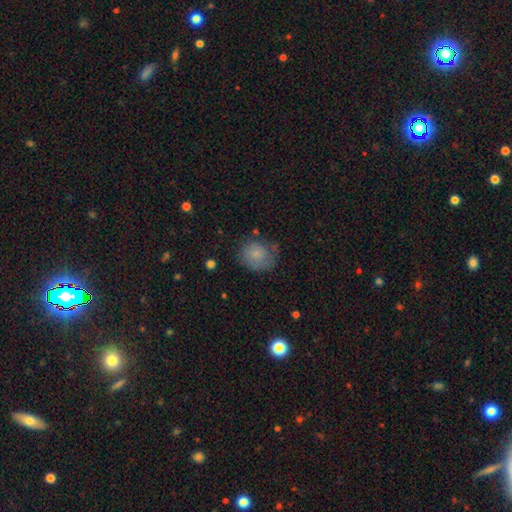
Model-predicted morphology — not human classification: The model was most divided on "merging": none: 63%, minor disturbance: 25%, major disturbance: 9%, merger: 2%. More confident: smooth or featured — smooth (77%); how rounded — round (76%).